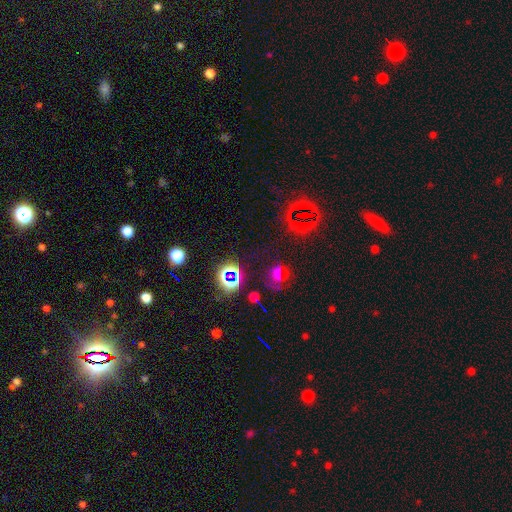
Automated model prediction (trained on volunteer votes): Q: Smooth or featured?
A: star or artifact (64%); runner-up: smooth (24%)